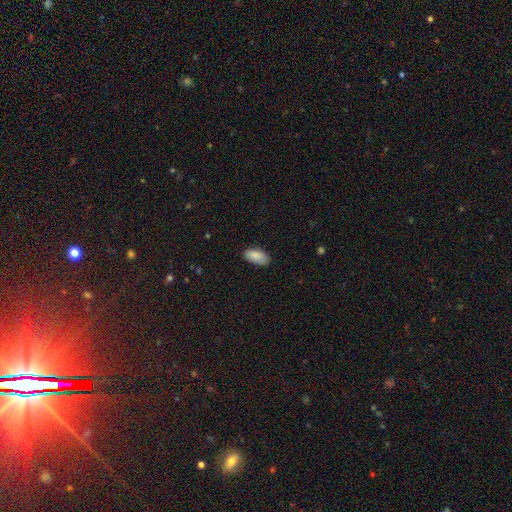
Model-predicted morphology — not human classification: smooth-or-featured: smooth: 88% | star or artifact: 7% | featured or disk: 5%
  how-rounded: in between: 93% | cigar-shaped: 5% | round: 2%
  merging: none: 80% | minor disturbance: 16% | major disturbance: 3% | merger: 1%